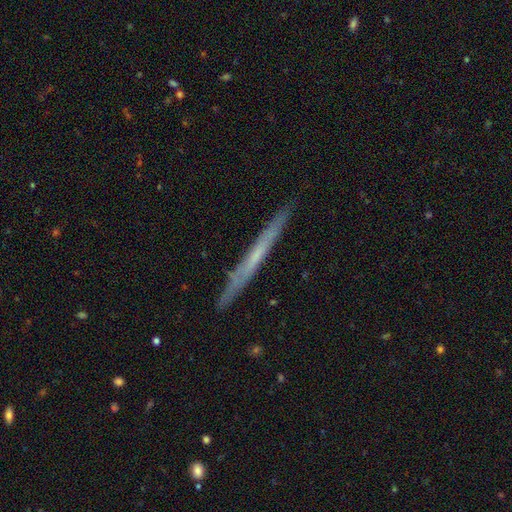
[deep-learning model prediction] Smooth or featured? featured or disk (55%)
Edge-on disk? yes (95%)
Edge-on bulge? none (84%)
Merging? none (89%)